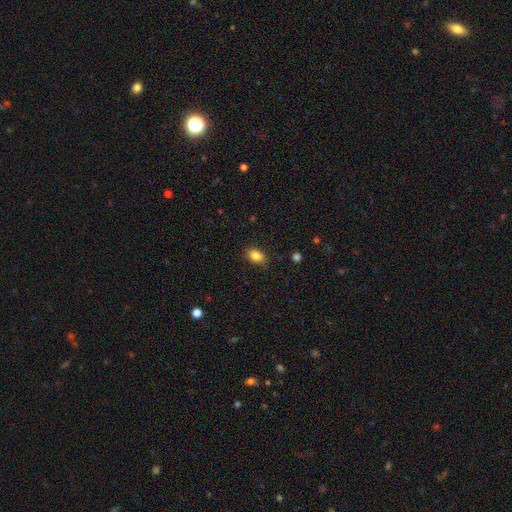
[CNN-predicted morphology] smooth_or_featured: smooth (p=0.85) [alt: star or artifact p=0.09]
how_rounded: in between (p=0.85) [alt: round p=0.13]
merging: none (p=0.86) [alt: minor disturbance p=0.11]